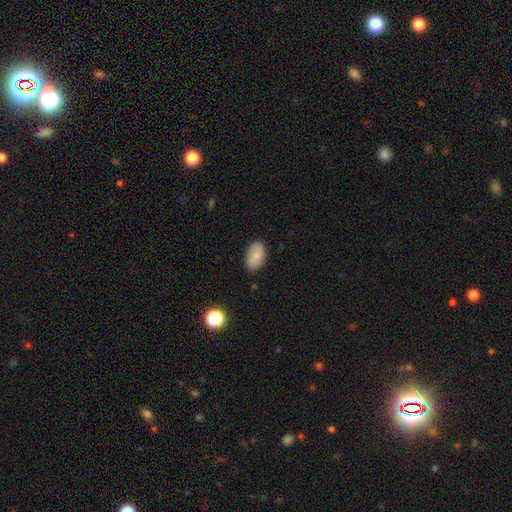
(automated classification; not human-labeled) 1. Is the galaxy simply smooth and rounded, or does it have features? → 79% smooth, 14% featured or disk, 8% star or artifact.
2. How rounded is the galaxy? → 92% in between, 6% round, 1% cigar-shaped.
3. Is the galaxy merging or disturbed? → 85% none, 12% minor disturbance, 2% major disturbance, 1% merger.